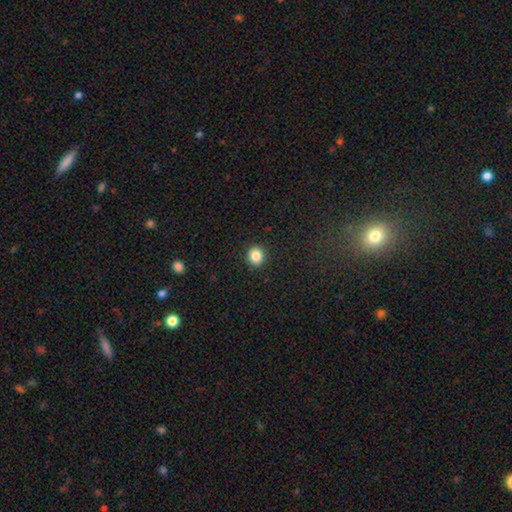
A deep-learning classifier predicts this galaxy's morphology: A smooth galaxy with no disk features (85%) that is round (81%). Merging: none (91%).